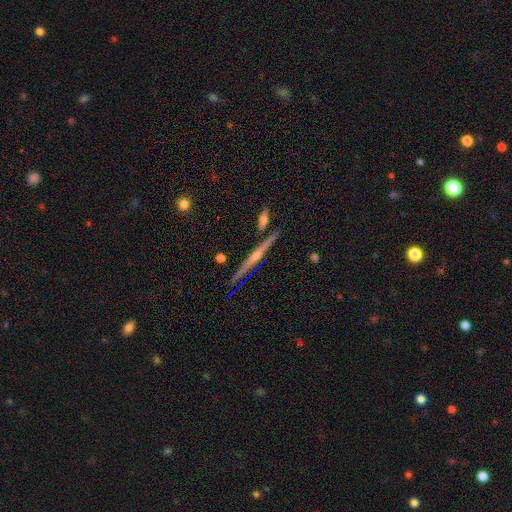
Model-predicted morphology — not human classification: This appears to be a featured or disk galaxy (83%) viewed edge-on (98%) with a rounded central bulge (82%). Merging: none (87%).